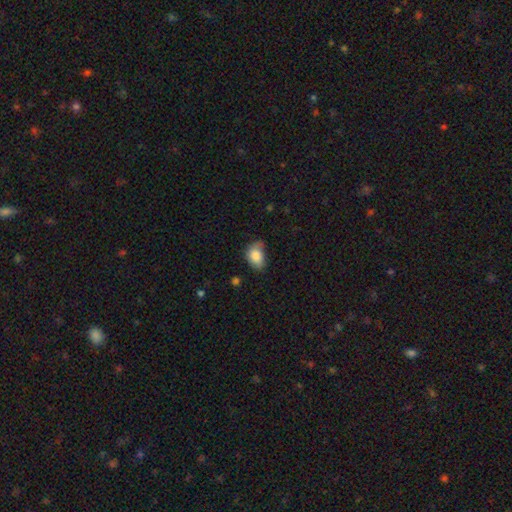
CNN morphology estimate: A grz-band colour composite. It shows a smooth galaxy with no disk features (82%) that is in between round and cigar-shaped (78%). Merging: none (45%).